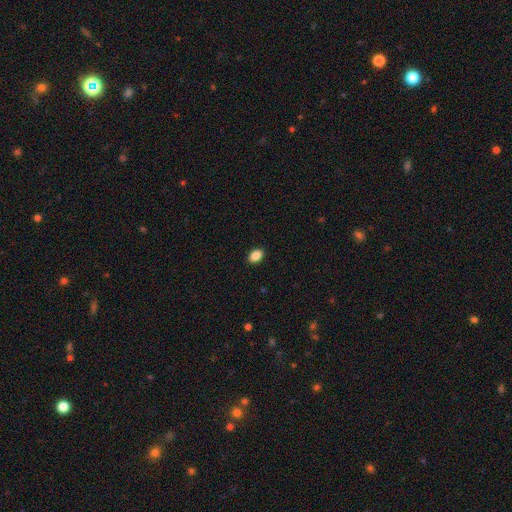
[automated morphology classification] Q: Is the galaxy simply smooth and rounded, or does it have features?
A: smooth — 88%.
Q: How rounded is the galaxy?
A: in between — 84%.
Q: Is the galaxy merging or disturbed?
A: none — 90%.